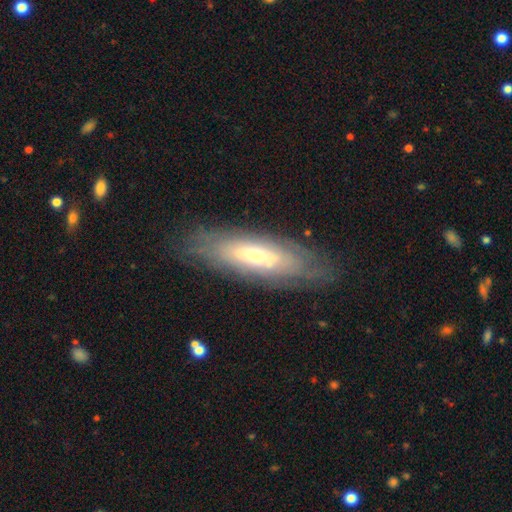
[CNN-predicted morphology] type=featured or disk (62%); edge-on=no (71%); merging=none (78%).